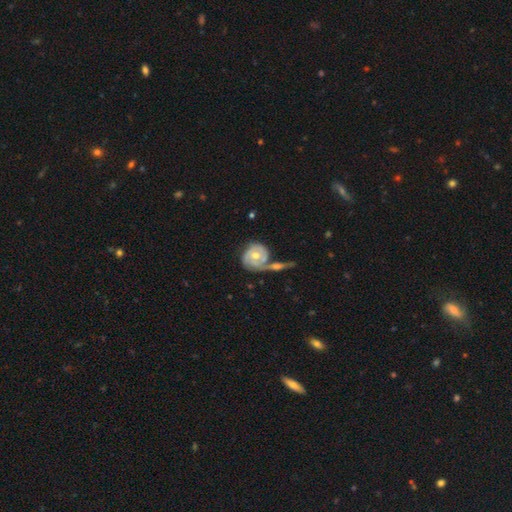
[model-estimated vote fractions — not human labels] Morphology: type=featured or disk (77%); edge-on=no (96%); bar=no (73%); spiral arms=yes (89%); winding=tight (66%); arm count=2 (43%); bulge=moderate (71%); merging=none (38%).